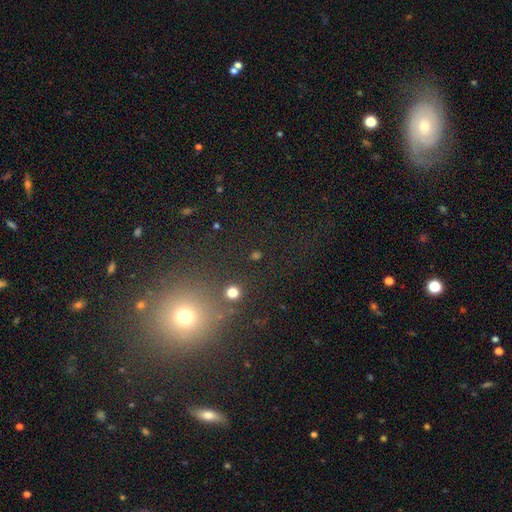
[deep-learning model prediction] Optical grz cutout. It shows a smooth galaxy with no disk features (47%). Merging: none (81%).